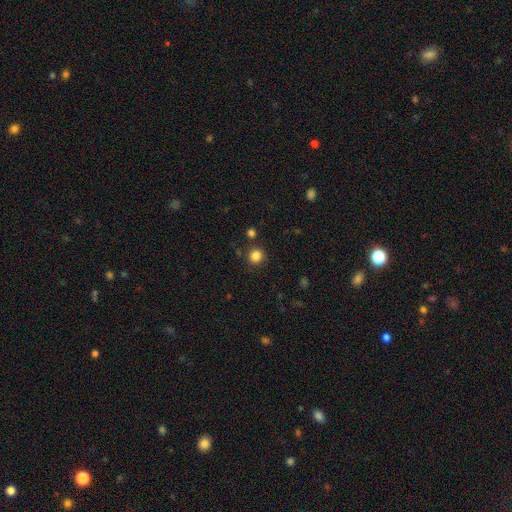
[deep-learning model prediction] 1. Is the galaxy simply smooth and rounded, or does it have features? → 83% smooth, 12% star or artifact, 4% featured or disk.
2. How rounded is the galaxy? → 92% round, 7% in between, 1% cigar-shaped.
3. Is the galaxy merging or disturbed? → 87% none, 7% minor disturbance, 4% merger, 2% major disturbance.